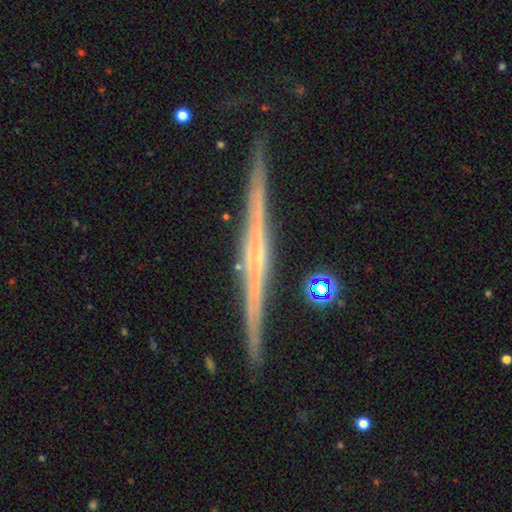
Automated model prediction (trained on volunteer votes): The model was most divided on "edge-on bulge": rounded: 49%, none: 39%, boxy: 13%. More confident: edge-on disk — yes (98%); merging — none (89%); smooth or featured — featured or disk (85%).